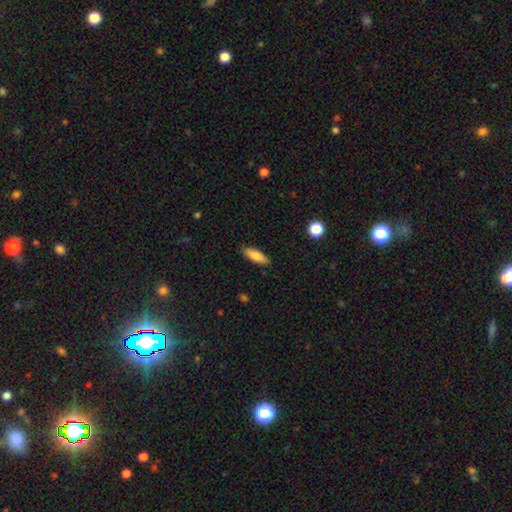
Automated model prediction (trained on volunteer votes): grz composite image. It shows a smooth galaxy with no disk features (83%) that is in between round and cigar-shaped (56%). Merging: none (87%).